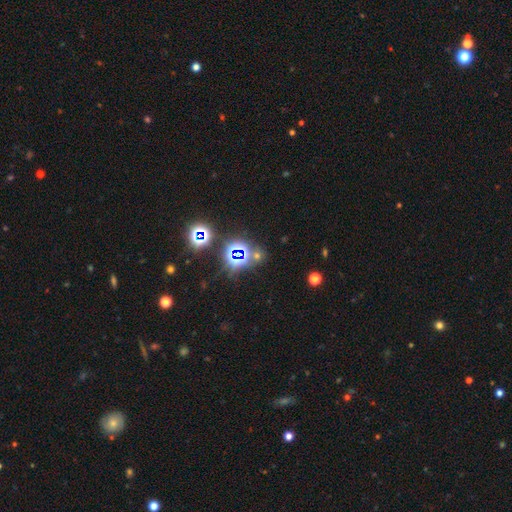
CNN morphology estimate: Smooth or featured? star or artifact (72%)